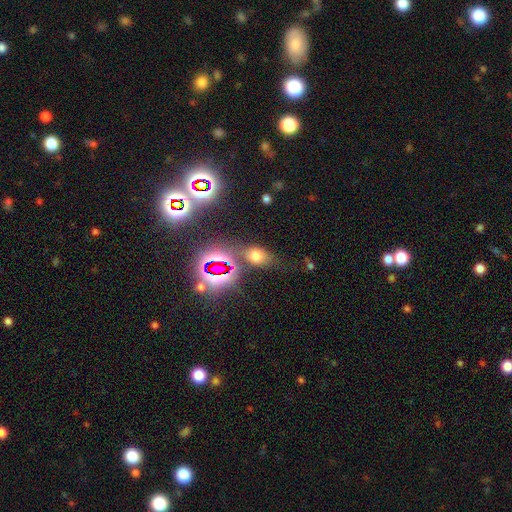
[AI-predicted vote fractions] Smooth or featured?
  - smooth: 59% *
  - star or artifact: 31%
  - featured or disk: 10%
How rounded?
  - in between: 78% *
  - round: 19%
  - cigar-shaped: 2%
Merging?
  - none: 67% *
  - minor disturbance: 15%
  - merger: 11%
  - major disturbance: 7%